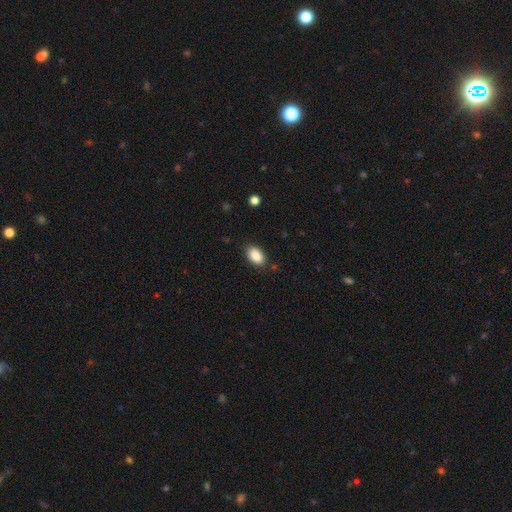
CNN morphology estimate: smooth 88%, star or artifact 7%, featured or disk 4%. Down the decision tree: how rounded — in between (89%); merging — none (86%).